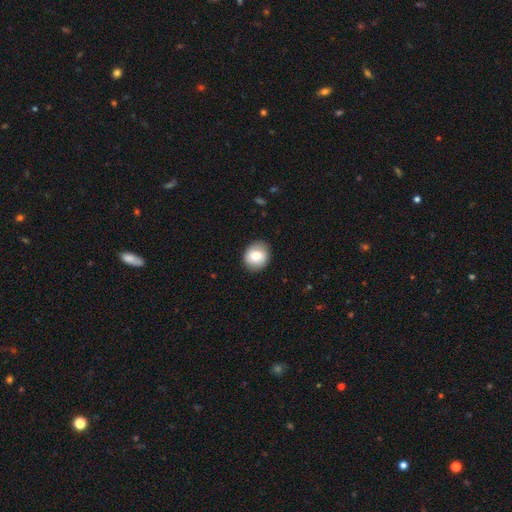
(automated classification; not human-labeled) Smooth or featured? smooth (77%)
How rounded? round (72%)
Merging? none (86%)